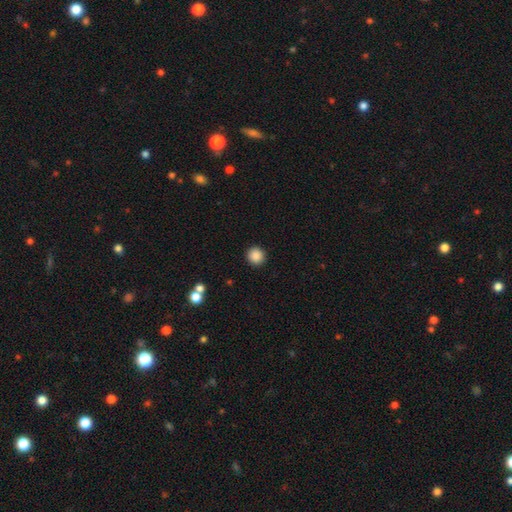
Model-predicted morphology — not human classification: Smooth or featured?
  - smooth: 88% *
  - star or artifact: 9%
  - featured or disk: 3%
How rounded?
  - round: 94% *
  - in between: 5%
  - cigar-shaped: 1%
Merging?
  - none: 93% *
  - minor disturbance: 4%
  - major disturbance: 2%
  - merger: 1%